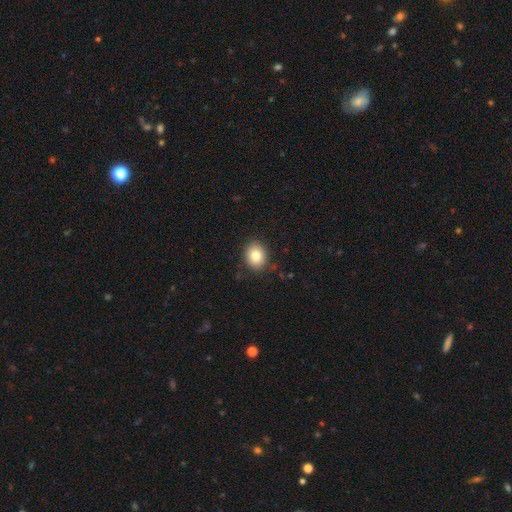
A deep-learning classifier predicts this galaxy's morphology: This is clearly a smooth galaxy (83%). How rounded: possibly round (59%). Merging: clearly none (87%).